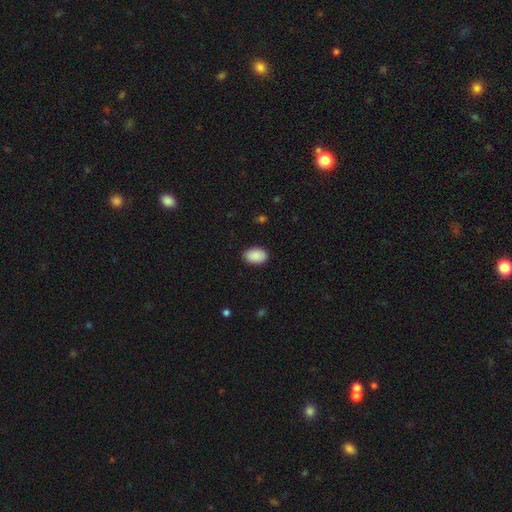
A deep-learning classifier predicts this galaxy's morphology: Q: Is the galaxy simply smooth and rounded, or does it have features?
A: smooth — 91%.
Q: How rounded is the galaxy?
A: in between — 90%.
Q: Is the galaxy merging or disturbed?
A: none — 89%.